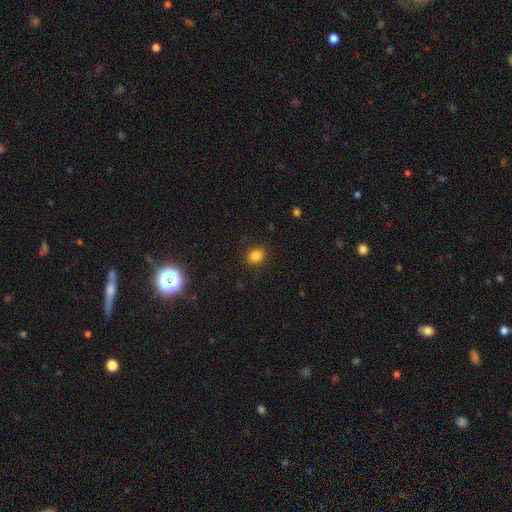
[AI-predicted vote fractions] This appears to be a smooth galaxy with no disk features (84%) that is round (59%). Merging: none (88%).